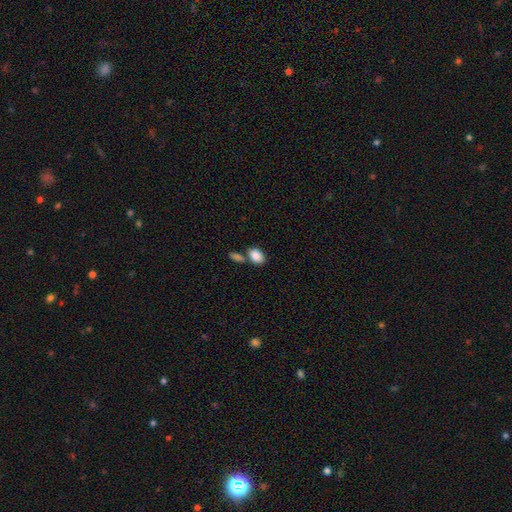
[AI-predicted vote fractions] A smooth galaxy with no disk features (87%) that is in between round and cigar-shaped (85%).

Vote fractions:
- Smooth or featured? smooth: 87% / star or artifact: 8% / featured or disk: 6%
- How rounded? in between: 85% / round: 13% / cigar-shaped: 1%
- Merging? none: 56% / merger: 28% / minor disturbance: 12% / major disturbance: 4%